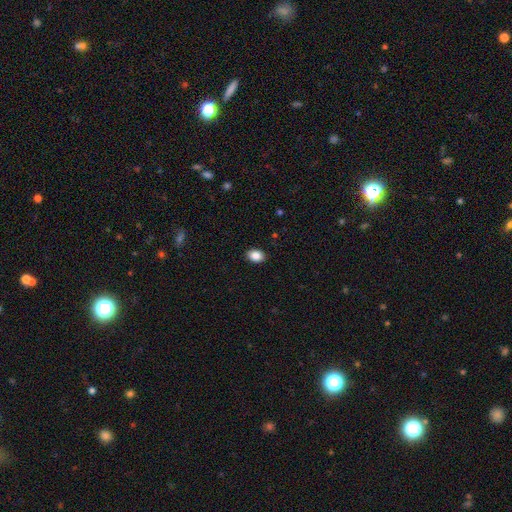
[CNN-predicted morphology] smooth-or-featured: smooth: 88% | star or artifact: 8% | featured or disk: 4%
  how-rounded: in between: 77% | round: 22% | cigar-shaped: 1%
  merging: none: 90% | minor disturbance: 7% | major disturbance: 2% | merger: 1%